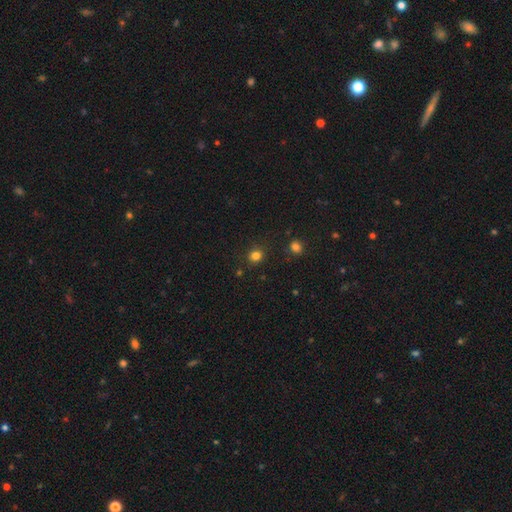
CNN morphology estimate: smooth 80%, star or artifact 15%, featured or disk 5%. Down the decision tree: how rounded — round (84%); merging — none (87%).